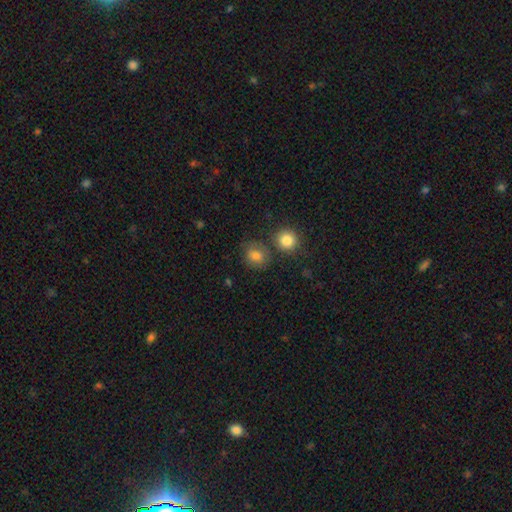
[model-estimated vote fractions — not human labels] A smooth galaxy with no disk features (78%) that is round (72%).

Vote fractions:
- Smooth or featured? smooth: 78% / star or artifact: 11% / featured or disk: 11%
- How rounded? round: 72% / in between: 27% / cigar-shaped: 1%
- Merging? none: 66% / minor disturbance: 16% / merger: 12% / major disturbance: 6%